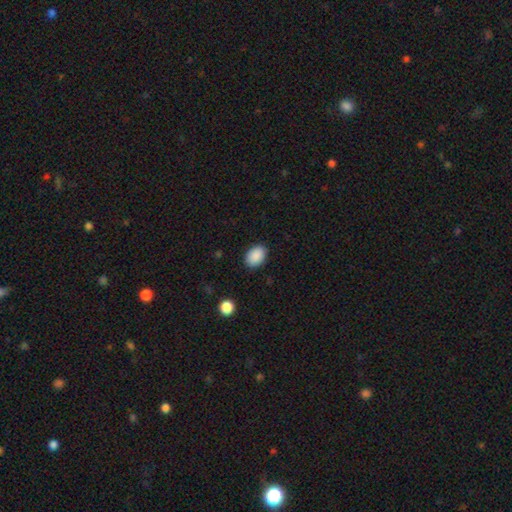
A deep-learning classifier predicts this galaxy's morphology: A smooth galaxy with no disk features (90%) that is in between round and cigar-shaped (81%). Merging: none (88%).